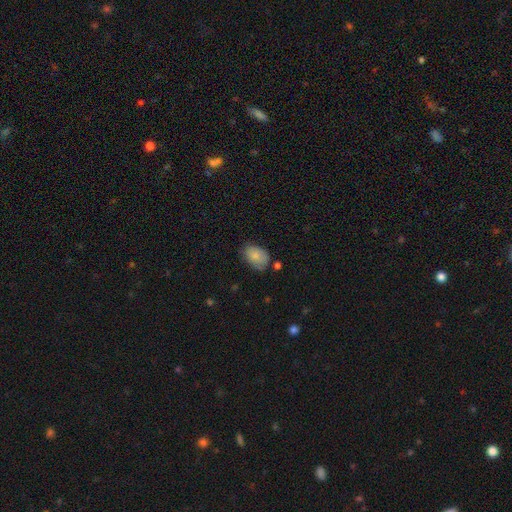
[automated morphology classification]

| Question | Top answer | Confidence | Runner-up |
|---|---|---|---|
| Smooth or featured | smooth | 84% | featured or disk (8%) |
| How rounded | in between | 87% | round (12%) |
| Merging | none | 64% | minor disturbance (25%) |